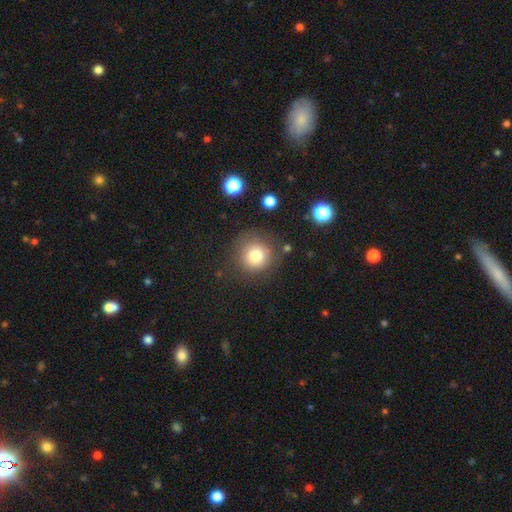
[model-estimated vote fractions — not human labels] smooth 81%, star or artifact 11%, featured or disk 8%. Down the decision tree: how rounded — round (91%); merging — none (76%).